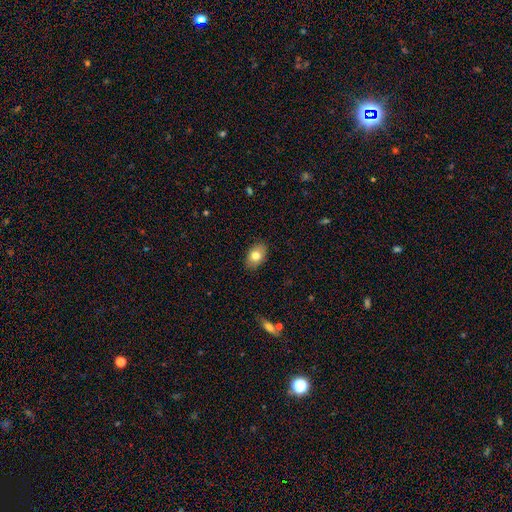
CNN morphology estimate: Q: Smooth or featured?
A: smooth (79%); runner-up: featured or disk (14%)
Q: How rounded?
A: in between (85%); runner-up: round (13%)
Q: Merging?
A: none (87%); runner-up: minor disturbance (10%)